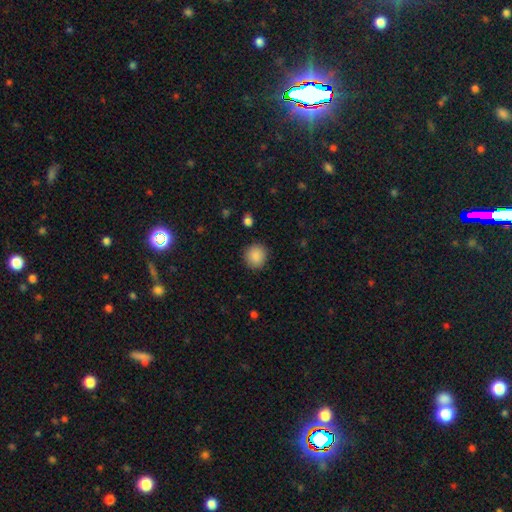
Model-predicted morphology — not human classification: Overall: smooth (88%). How rounded: round (91%). Merging: none (90%).